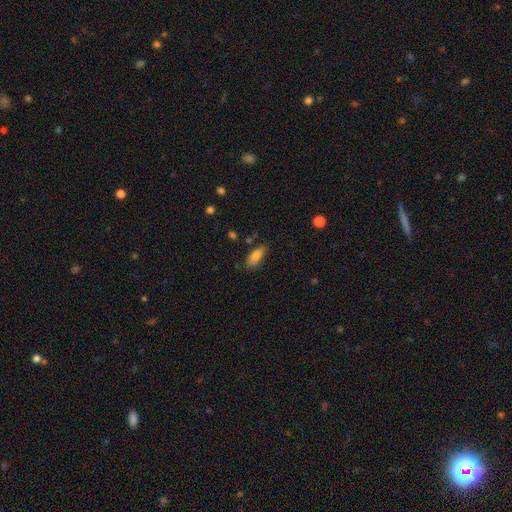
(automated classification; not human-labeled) The model was most divided on "merging": none: 76%, minor disturbance: 18%, major disturbance: 4%, merger: 3%. More confident: how rounded — in between (84%); smooth or featured — smooth (81%).